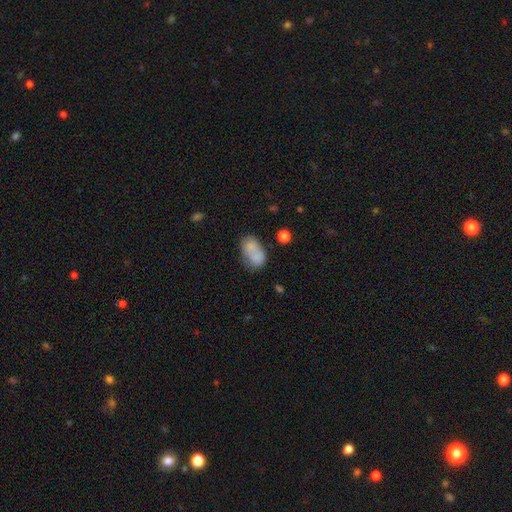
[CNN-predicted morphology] smooth 75%, featured or disk 16%, star or artifact 9%. Down the decision tree: how rounded — in between (84%); merging — none (39%).